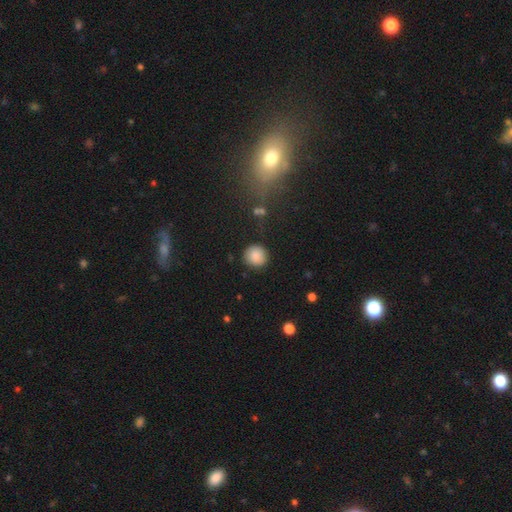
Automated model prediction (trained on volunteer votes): Smooth or featured: smooth — 87% (star or artifact — 8%)
How rounded: round — 91% (in between — 8%)
Merging: none — 88% (minor disturbance — 8%)